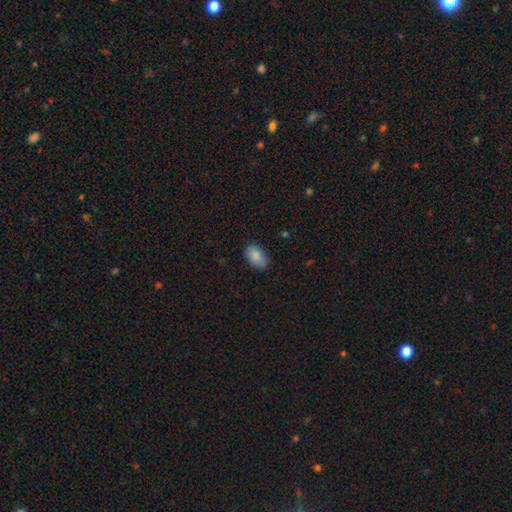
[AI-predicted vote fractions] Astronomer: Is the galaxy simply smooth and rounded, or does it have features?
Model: smooth — 86%.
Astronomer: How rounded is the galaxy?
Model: in between — 93%.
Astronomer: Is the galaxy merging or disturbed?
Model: none — 85%.